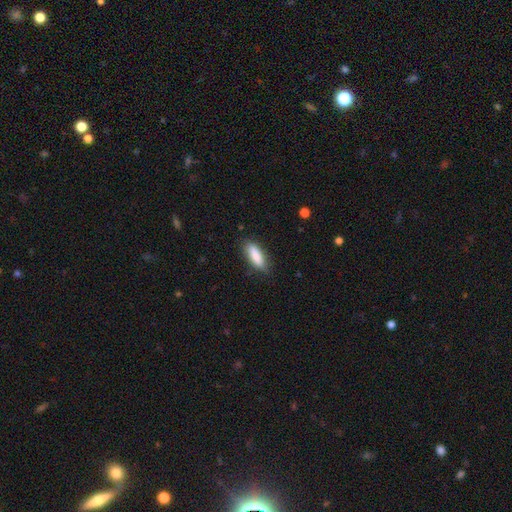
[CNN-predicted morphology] Smooth or featured: smooth — 86% (featured or disk — 8%)
How rounded: in between — 56% (cigar-shaped — 42%)
Merging: none — 80% (minor disturbance — 16%)